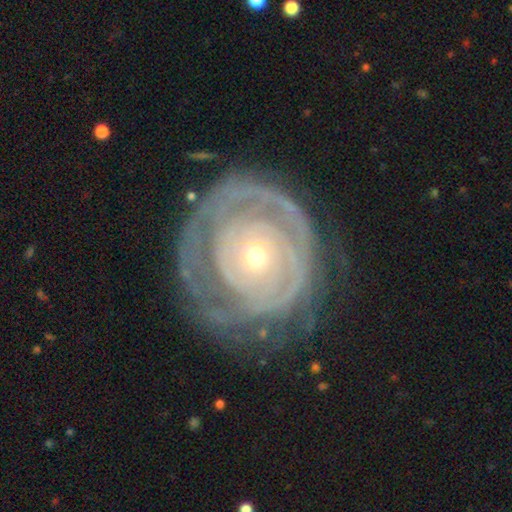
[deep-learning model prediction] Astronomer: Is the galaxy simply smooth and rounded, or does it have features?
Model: featured or disk — 78%.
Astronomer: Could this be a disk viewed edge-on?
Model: no — 96%.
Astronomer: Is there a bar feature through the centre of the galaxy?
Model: no — 85%.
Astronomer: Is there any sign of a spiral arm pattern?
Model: yes — 70%.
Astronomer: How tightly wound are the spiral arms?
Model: tight — 81%.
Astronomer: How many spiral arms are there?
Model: can't tell — 49%.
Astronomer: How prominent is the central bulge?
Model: small — 70%.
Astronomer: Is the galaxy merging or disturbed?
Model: none — 67%.